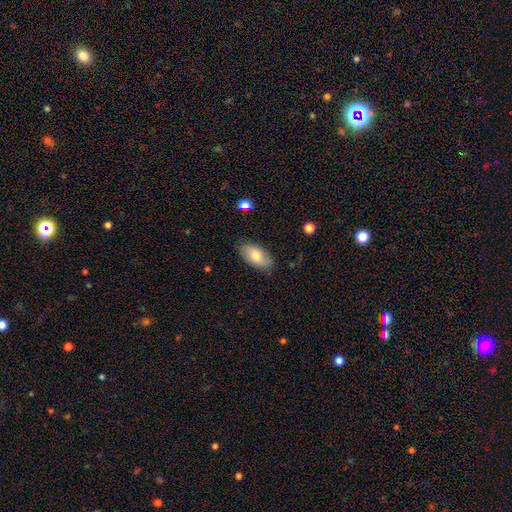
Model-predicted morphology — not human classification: Overall: smooth (75%). How rounded: in between (94%). Merging: none (83%).